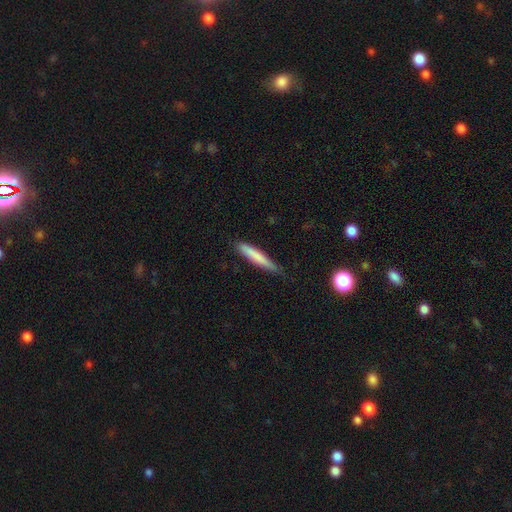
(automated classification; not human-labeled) smooth-or-featured: smooth: 77% | featured or disk: 17% | star or artifact: 6%
  how-rounded: cigar-shaped: 93% | in between: 6% | round: 1%
  merging: none: 77% | minor disturbance: 19% | major disturbance: 3% | merger: 1%